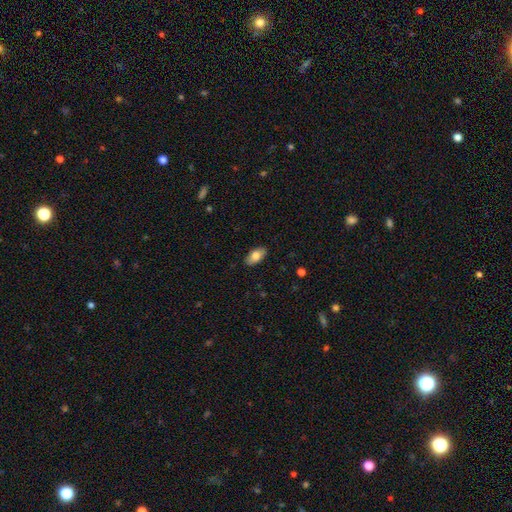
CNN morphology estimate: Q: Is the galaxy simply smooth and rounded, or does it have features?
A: smooth — 80%.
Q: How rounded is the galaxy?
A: in between — 93%.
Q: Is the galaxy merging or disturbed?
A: none — 88%.